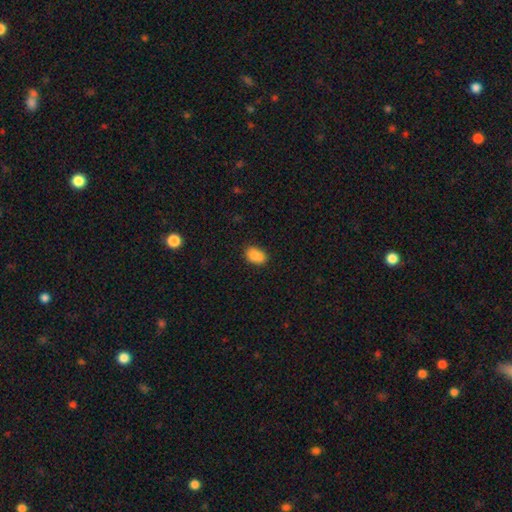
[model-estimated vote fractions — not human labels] Smooth or featured? smooth (86%)
How rounded? in between (86%)
Merging? none (72%)